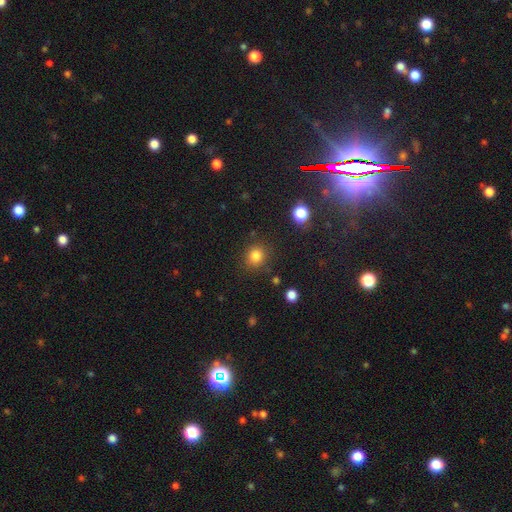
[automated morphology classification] This is clearly a smooth galaxy (83%). How rounded: clearly round (84%). Merging: clearly none (85%).